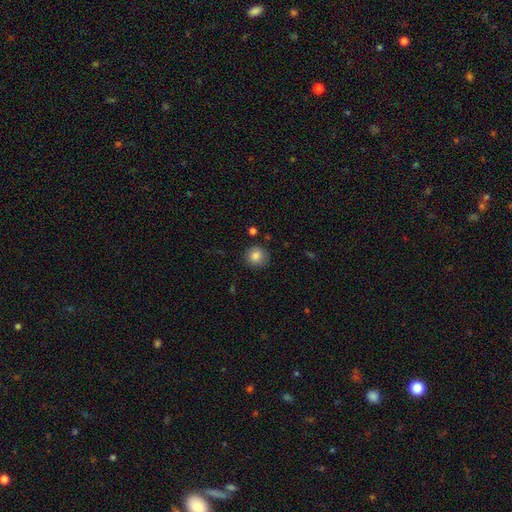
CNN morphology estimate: Smooth or featured? Predicted: smooth (p=0.85). How rounded? Predicted: round (p=0.90). Merging? Predicted: none (p=0.86).